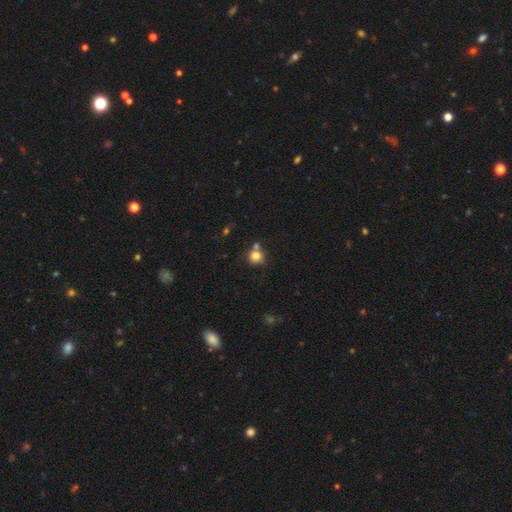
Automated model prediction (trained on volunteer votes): Smooth or featured?
  - smooth: 80% *
  - star or artifact: 11%
  - featured or disk: 9%
How rounded?
  - round: 87% *
  - in between: 12%
  - cigar-shaped: 1%
Merging?
  - none: 61% *
  - merger: 23%
  - minor disturbance: 12%
  - major disturbance: 4%